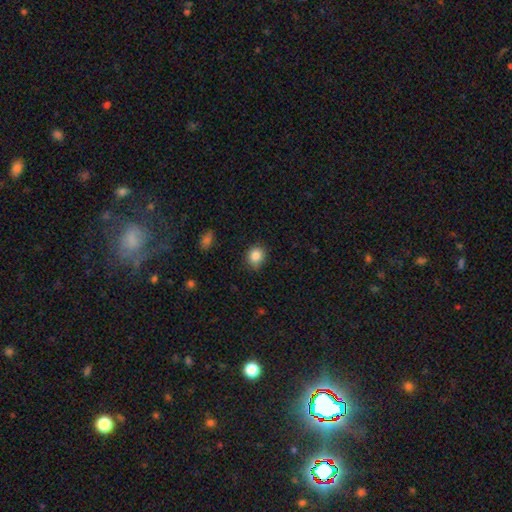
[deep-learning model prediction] smooth-or-featured: smooth: 86% | star or artifact: 10% | featured or disk: 5%
  how-rounded: round: 72% | in between: 27% | cigar-shaped: 1%
  merging: none: 82% | minor disturbance: 14% | major disturbance: 3% | merger: 1%